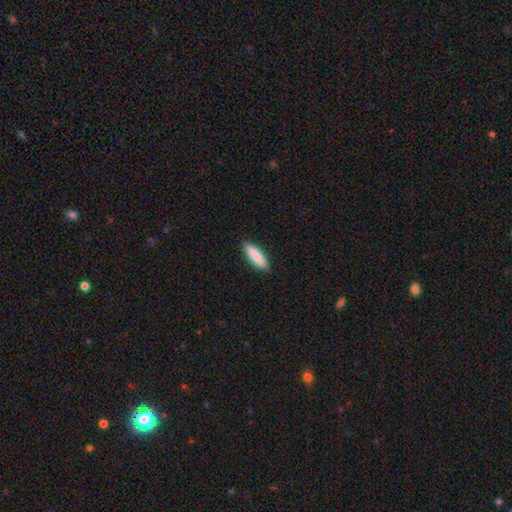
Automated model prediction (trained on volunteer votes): A smooth galaxy with no disk features (87%) that is cigar-shaped (61%). Merging: none (88%).